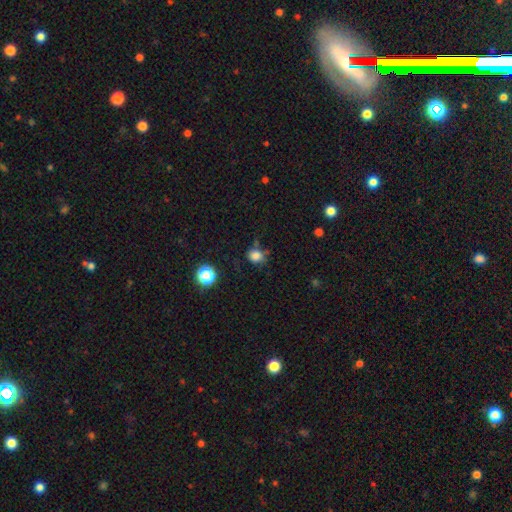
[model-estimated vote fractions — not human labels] This appears to be a smooth galaxy with no disk features (80%) that is round (72%). Merging: none (60%).